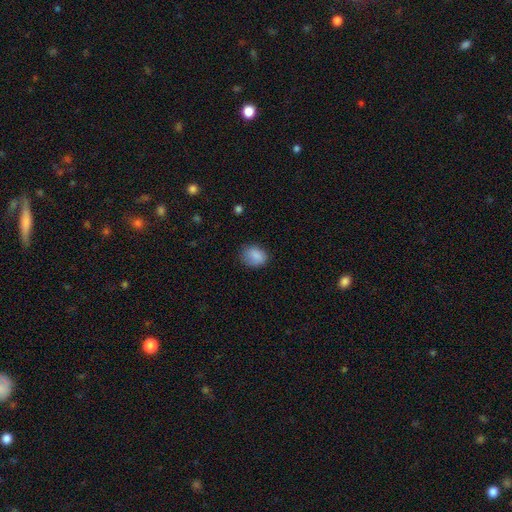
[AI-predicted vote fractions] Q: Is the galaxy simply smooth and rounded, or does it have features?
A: smooth — 86%.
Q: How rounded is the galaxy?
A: in between — 58%.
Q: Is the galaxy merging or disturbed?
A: none — 72%.